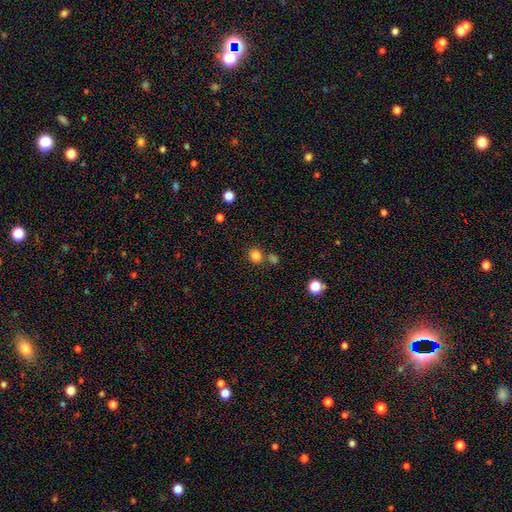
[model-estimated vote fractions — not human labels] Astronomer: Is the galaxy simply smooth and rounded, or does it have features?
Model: smooth — 82%.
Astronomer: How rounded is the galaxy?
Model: round — 81%.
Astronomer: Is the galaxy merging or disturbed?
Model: none — 71%.